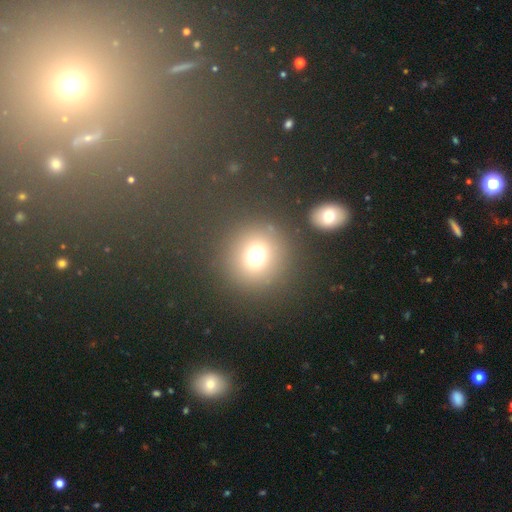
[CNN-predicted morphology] smooth 70%, star or artifact 21%, featured or disk 9%. Down the decision tree: how rounded — round (92%); merging — none (81%).